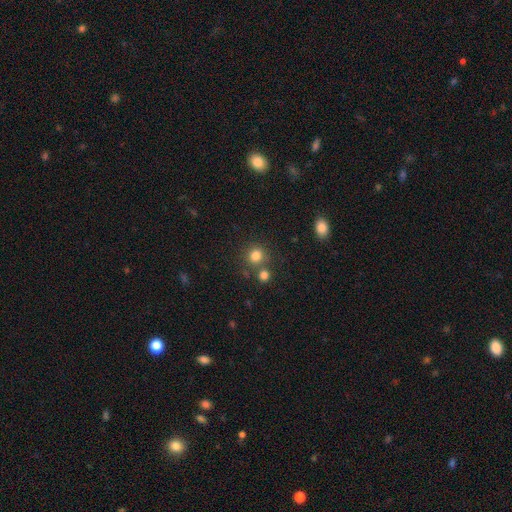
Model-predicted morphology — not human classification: smooth 81%, star or artifact 13%, featured or disk 6%. Down the decision tree: how rounded — round (89%); merging — none (72%).